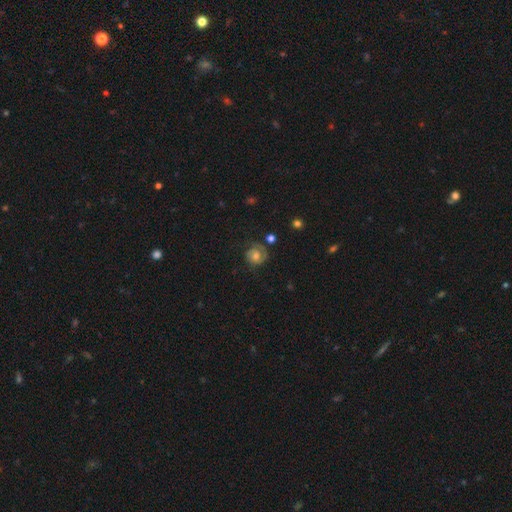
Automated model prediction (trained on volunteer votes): Smooth or featured?
  - featured or disk: 58% *
  - smooth: 33%
  - star or artifact: 9%
Edge-on disk?
  - no: 97% *
  - yes: 3%
Bar?
  - no: 74% *
  - weak: 22%
  - strong: 4%
Spiral arms?
  - yes: 88% *
  - no: 12%
Bulge size?
  - moderate: 63% *
  - small: 22%
  - large: 11%
  - none: 3%
  - dominant: 2%
Merging?
  - none: 67% *
  - minor disturbance: 19%
  - major disturbance: 11%
  - merger: 2%